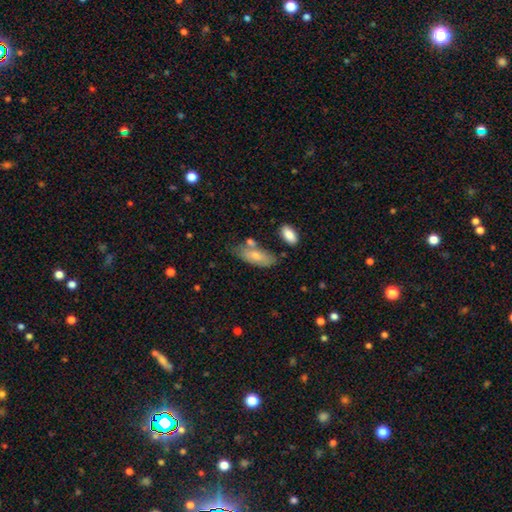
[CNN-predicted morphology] The model was most divided on "merging": none: 56%, minor disturbance: 24%, merger: 13%, major disturbance: 7%. More confident: how rounded — in between (81%); smooth or featured — smooth (73%).